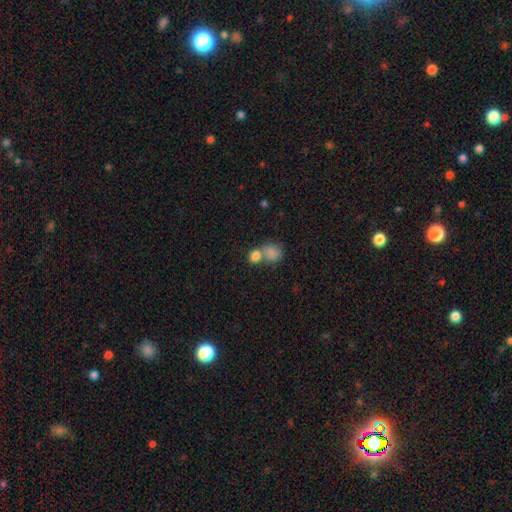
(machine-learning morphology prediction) This appears to be a smooth galaxy with no disk features (82%) that is round (62%). Merging: merger (53%).